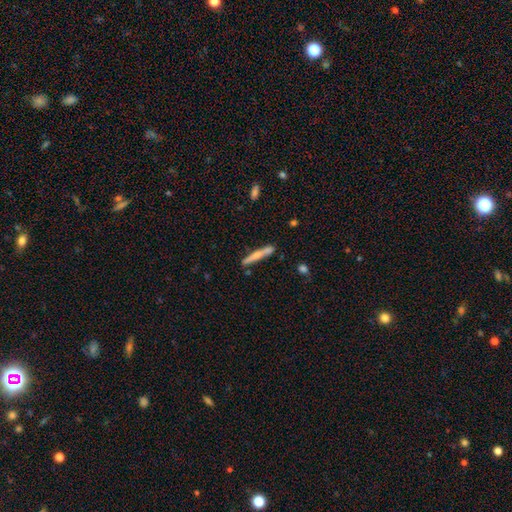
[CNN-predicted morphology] This appears to be a smooth galaxy with no disk features (64%) that is cigar-shaped (94%). Merging: none (76%).